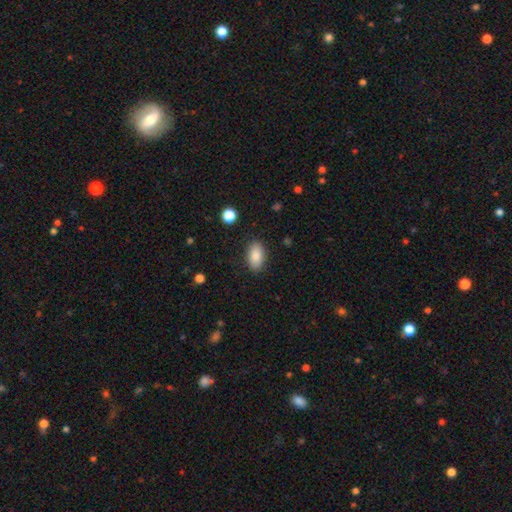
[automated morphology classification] This is clearly a smooth galaxy (86%). How rounded: clearly in between (92%). Merging: clearly none (86%).